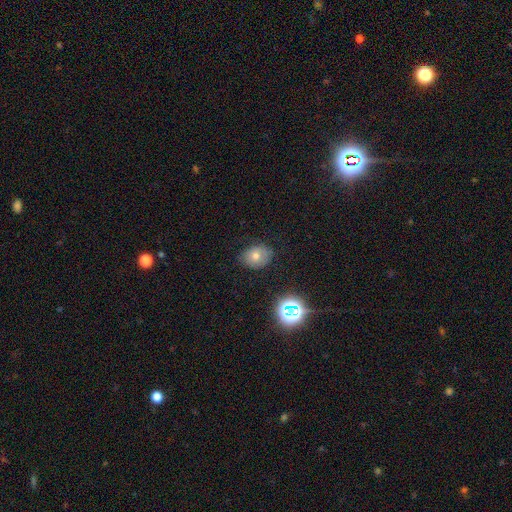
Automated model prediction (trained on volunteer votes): The model was most divided on "how rounded": in between: 53%, round: 46%, cigar-shaped: 1%. More confident: merging — none (76%); smooth or featured — smooth (68%).